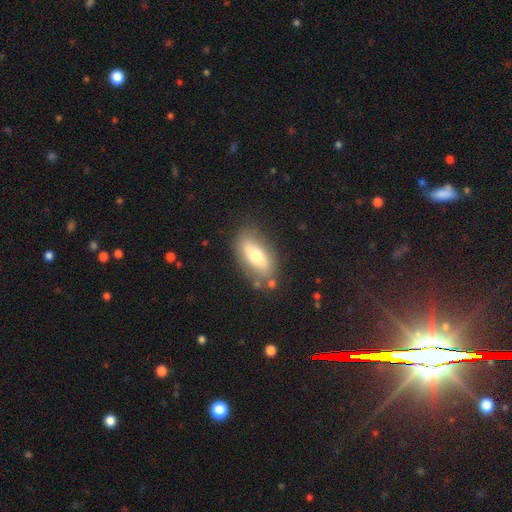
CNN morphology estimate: This appears to be a smooth galaxy with no disk features (65%) that is in between round and cigar-shaped (84%). Merging: none (78%).